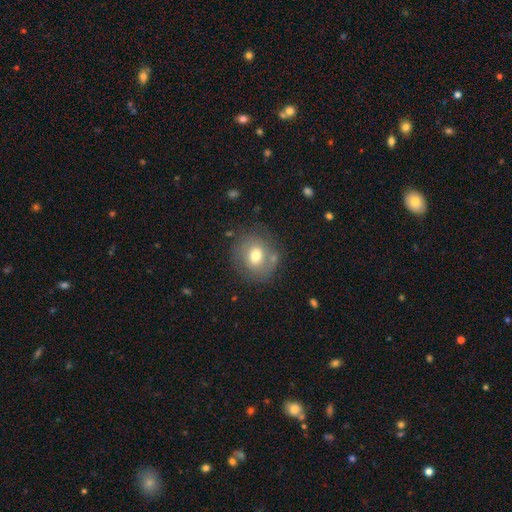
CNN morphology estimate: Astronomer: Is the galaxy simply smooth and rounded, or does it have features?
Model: smooth — 65%.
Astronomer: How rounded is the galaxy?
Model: round — 80%.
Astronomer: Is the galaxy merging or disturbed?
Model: none — 73%.